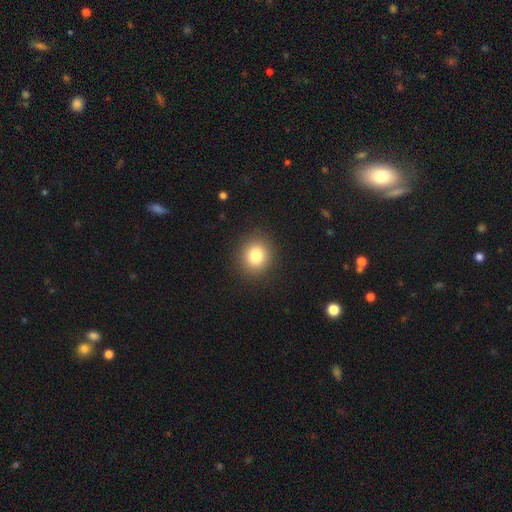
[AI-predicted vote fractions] Smooth or featured? smooth (81%)
How rounded? round (83%)
Merging? none (91%)